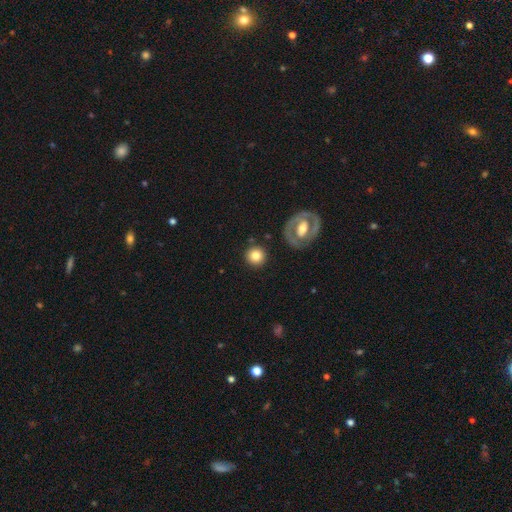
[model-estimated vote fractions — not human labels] This is likely a smooth galaxy (77%). How rounded: clearly round (93%). Merging: clearly none (87%).